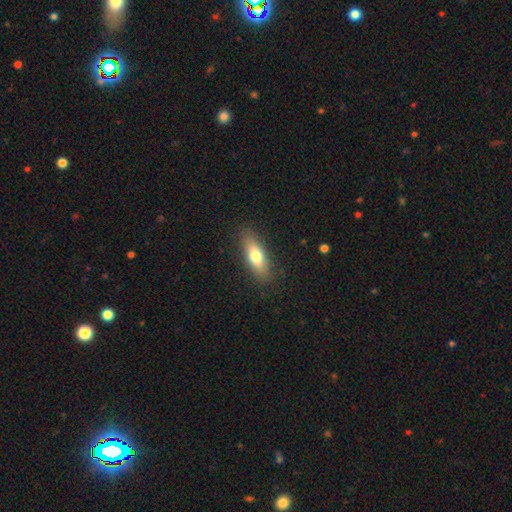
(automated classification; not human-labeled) Smooth or featured?
  - smooth: 62% *
  - featured or disk: 27%
  - star or artifact: 10%
How rounded?
  - in between: 62% *
  - cigar-shaped: 34%
  - round: 4%
Merging?
  - none: 88% *
  - minor disturbance: 8%
  - major disturbance: 2%
  - merger: 1%